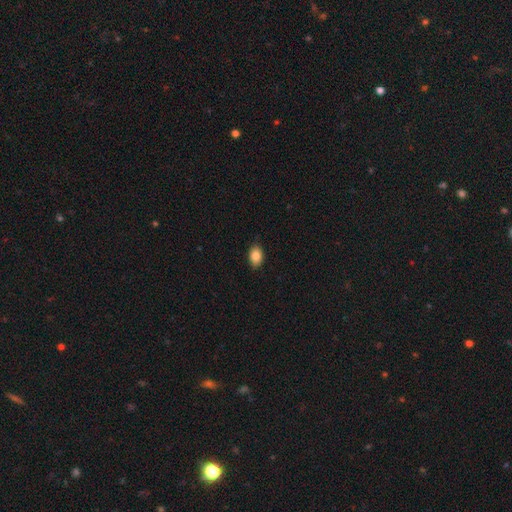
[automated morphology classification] smooth_or_featured: smooth (p=0.85) [alt: star or artifact p=0.08]
how_rounded: in between (p=0.83) [alt: round p=0.16]
merging: none (p=0.87) [alt: minor disturbance p=0.11]